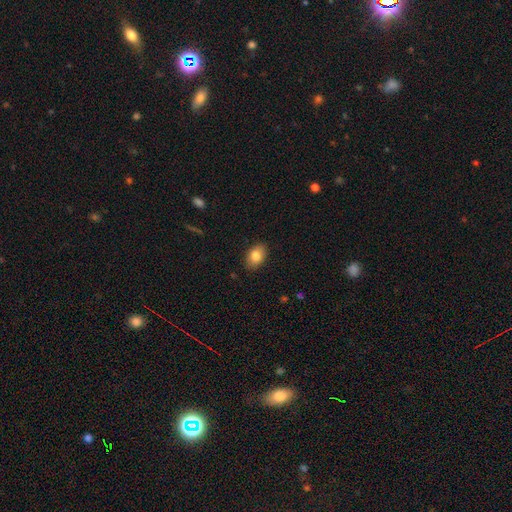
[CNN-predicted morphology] This is clearly a smooth galaxy (83%). How rounded: clearly in between (83%). Merging: clearly none (87%).